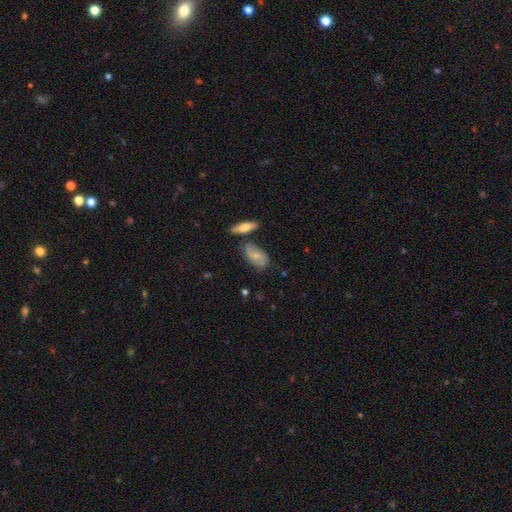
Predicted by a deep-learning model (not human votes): smooth_or_featured: smooth (p=0.50) [alt: featured or disk p=0.43]
merging: none (p=0.64) [alt: minor disturbance p=0.19]